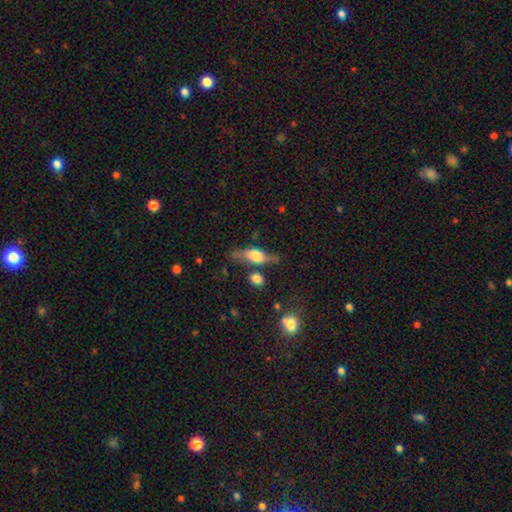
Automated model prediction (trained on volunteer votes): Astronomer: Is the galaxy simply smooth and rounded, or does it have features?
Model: featured or disk — 46%, tied with smooth at 46%.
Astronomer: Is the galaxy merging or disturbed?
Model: none — 65%.